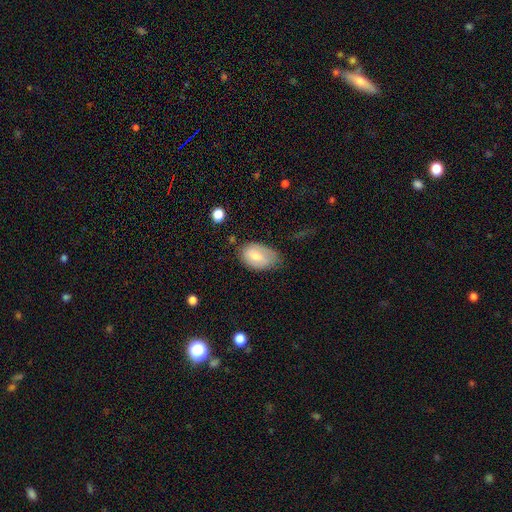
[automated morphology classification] Overall: smooth (64%; featured or disk 28%). How rounded: in between (89%). Merging: none (56%; minor disturbance 33%).